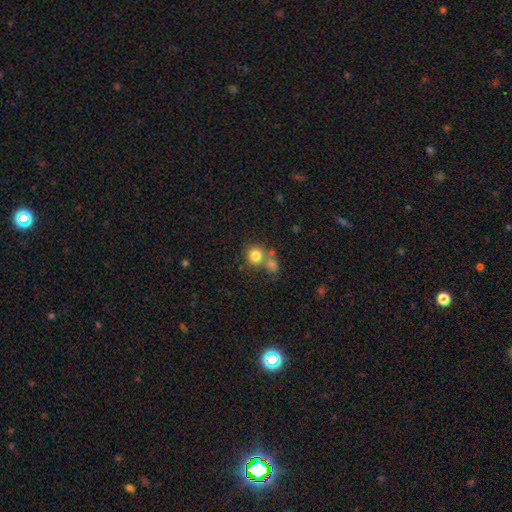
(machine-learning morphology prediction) Overall: smooth (80%). How rounded: round (86%). Merging: none (52%; merger 35%).